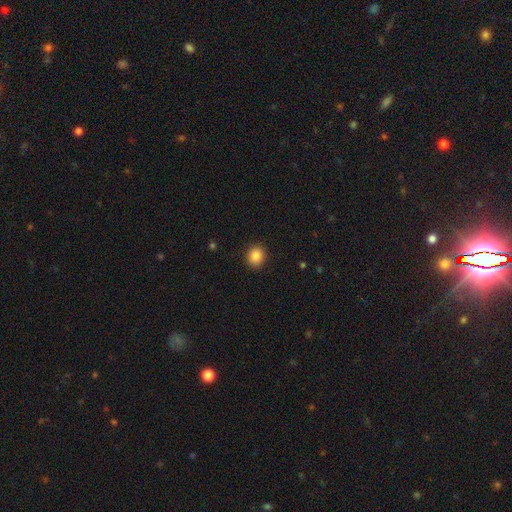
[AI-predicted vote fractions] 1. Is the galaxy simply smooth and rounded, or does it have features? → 87% smooth, 10% star or artifact, 4% featured or disk.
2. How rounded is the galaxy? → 79% round, 20% in between, 1% cigar-shaped.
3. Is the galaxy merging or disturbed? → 90% none, 7% minor disturbance, 2% major disturbance, 1% merger.